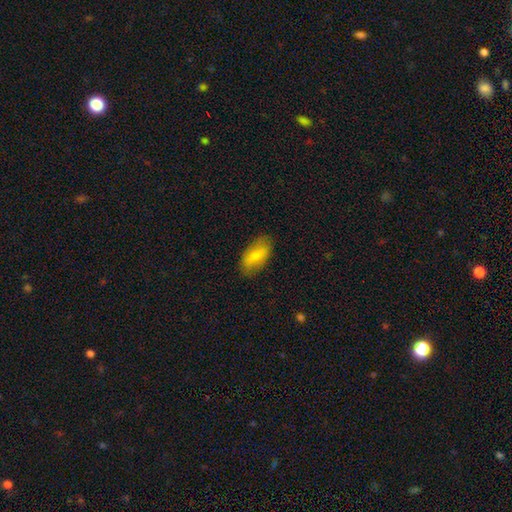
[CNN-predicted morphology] smooth_or_featured: smooth (p=0.78) [alt: featured or disk p=0.16]
how_rounded: in between (p=0.91) [alt: cigar-shaped p=0.06]
merging: none (p=0.82) [alt: minor disturbance p=0.14]